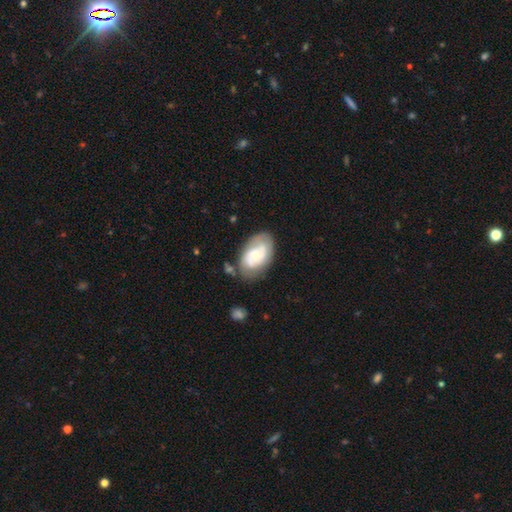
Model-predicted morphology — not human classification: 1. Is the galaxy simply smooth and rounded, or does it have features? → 64% featured or disk, 30% smooth, 6% star or artifact.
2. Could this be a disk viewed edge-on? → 96% no, 4% yes.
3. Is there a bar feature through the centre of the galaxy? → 68% no, 27% weak, 5% strong.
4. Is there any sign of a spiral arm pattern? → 84% yes, 16% no.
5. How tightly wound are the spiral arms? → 49% tight, 37% medium, 14% loose.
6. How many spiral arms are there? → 58% 2, 26% can't tell, 7% 3, 6% 1, 2% 4, 2% more than 4.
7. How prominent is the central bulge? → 62% small, 30% moderate, 4% large, 4% none, 1% dominant.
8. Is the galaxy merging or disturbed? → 66% none, 21% minor disturbance, 8% major disturbance, 5% merger.